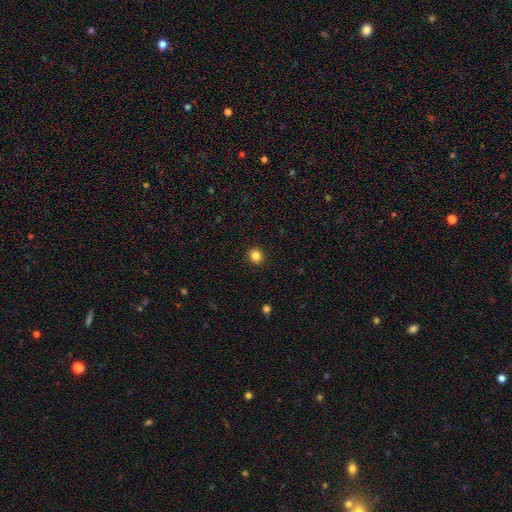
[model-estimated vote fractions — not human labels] This appears to be a smooth galaxy with no disk features (84%) that is round (86%). Merging: none (92%).